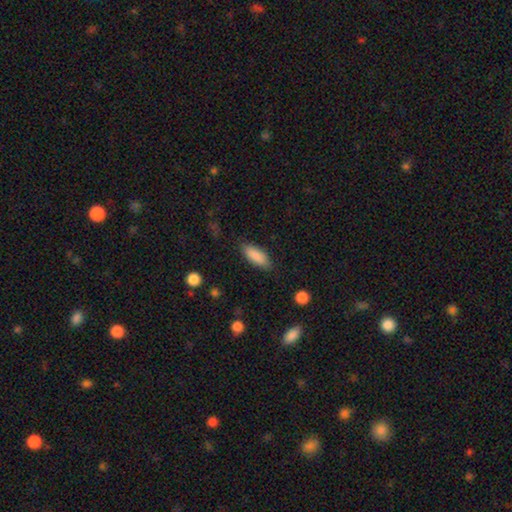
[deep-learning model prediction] A smooth galaxy with no disk features (88%) that is in between round and cigar-shaped (74%).

Vote fractions:
- Smooth or featured? smooth: 88% / star or artifact: 6% / featured or disk: 6%
- How rounded? in between: 74% / cigar-shaped: 24% / round: 2%
- Merging? none: 84% / minor disturbance: 12% / major disturbance: 3% / merger: 1%